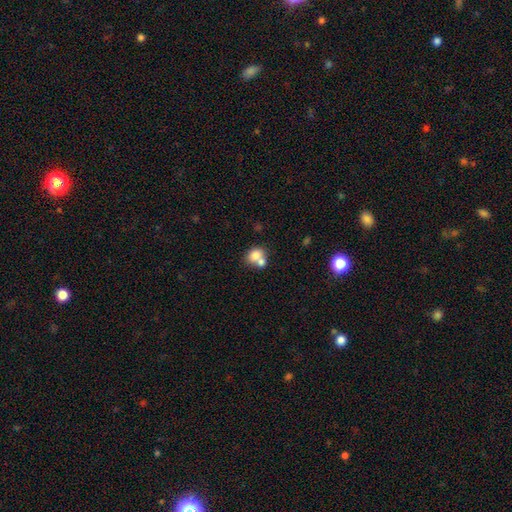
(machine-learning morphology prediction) Smooth or featured?
  - smooth: 75% *
  - featured or disk: 15%
  - star or artifact: 10%
How rounded?
  - round: 52% *
  - in between: 47%
  - cigar-shaped: 1%
Merging?
  - merger: 52% *
  - none: 36%
  - minor disturbance: 9%
  - major disturbance: 4%